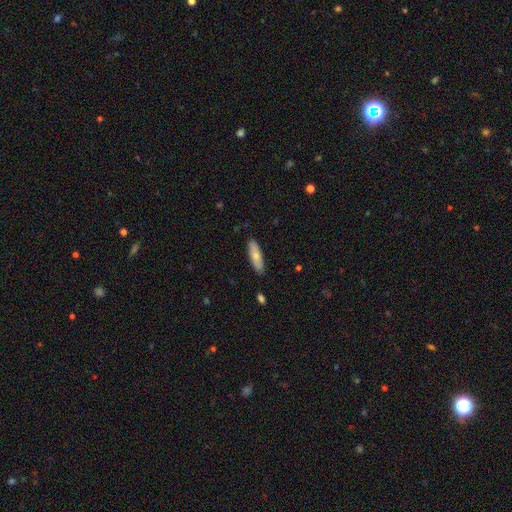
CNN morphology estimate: A smooth galaxy with no disk features (67%) that is cigar-shaped (52%).

Vote fractions:
- Smooth or featured? smooth: 67% / featured or disk: 27% / star or artifact: 6%
- How rounded? cigar-shaped: 52% / in between: 46% / round: 2%
- Merging? none: 88% / minor disturbance: 10% / major disturbance: 2% / merger: 1%